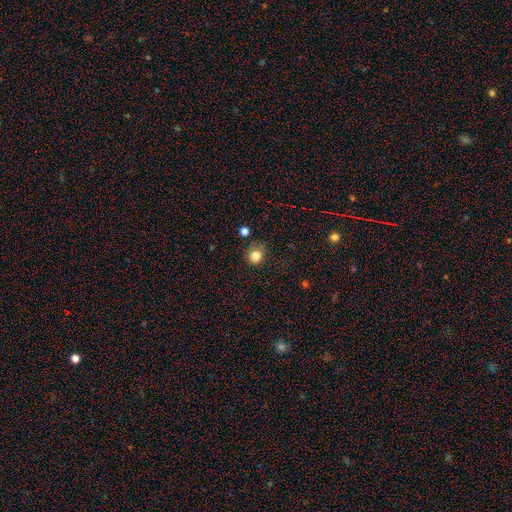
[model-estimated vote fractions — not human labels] This appears to be a smooth galaxy with no disk features (83%) that is round (79%). Merging: none (69%).